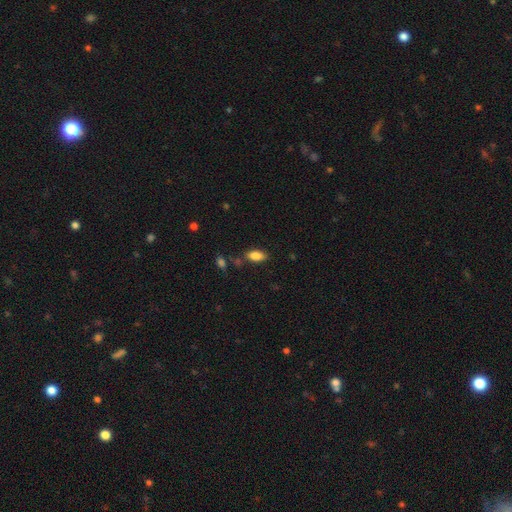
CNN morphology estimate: Smooth or featured?
  - smooth: 85% *
  - star or artifact: 8%
  - featured or disk: 7%
How rounded?
  - in between: 90% *
  - cigar-shaped: 8%
  - round: 3%
Merging?
  - none: 79% *
  - minor disturbance: 13%
  - merger: 5%
  - major disturbance: 3%